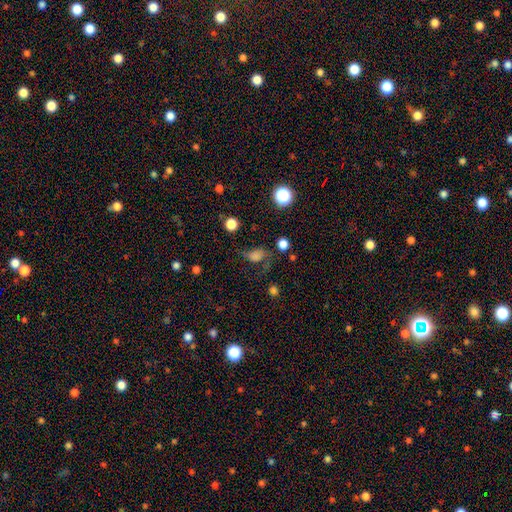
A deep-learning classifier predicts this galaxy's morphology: The model was most divided on "merging": none: 43%, major disturbance: 30%, minor disturbance: 23%, merger: 4%. More confident: how rounded — in between (61%); smooth or featured — smooth (58%).